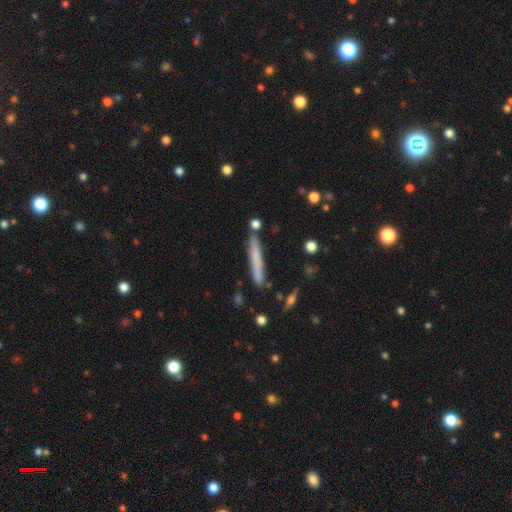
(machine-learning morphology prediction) Q: Smooth or featured?
A: smooth (66%); runner-up: featured or disk (27%)
Q: How rounded?
A: cigar-shaped (95%); runner-up: in between (3%)
Q: Merging?
A: none (82%); runner-up: minor disturbance (11%)